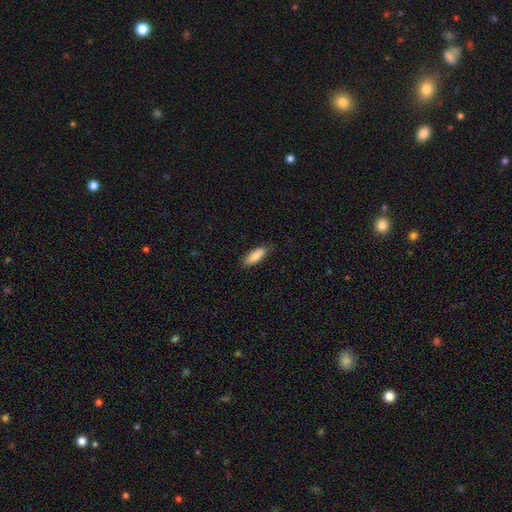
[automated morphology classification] Overall: smooth (85%). How rounded: in between (69%). Merging: none (82%).